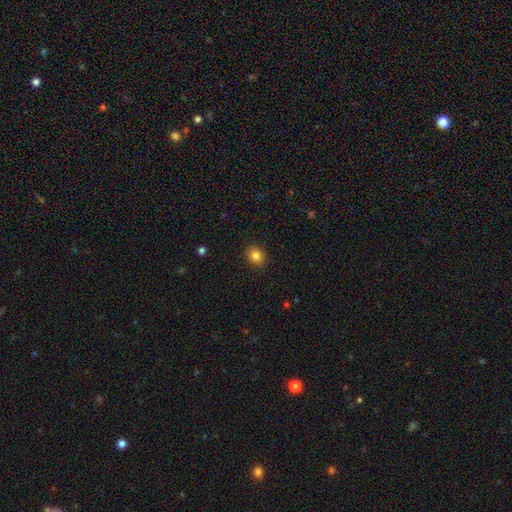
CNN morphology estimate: smooth_or_featured: smooth (p=0.83) [alt: star or artifact p=0.11]
how_rounded: round (p=0.68) [alt: in between p=0.31]
merging: none (p=0.90) [alt: minor disturbance p=0.07]